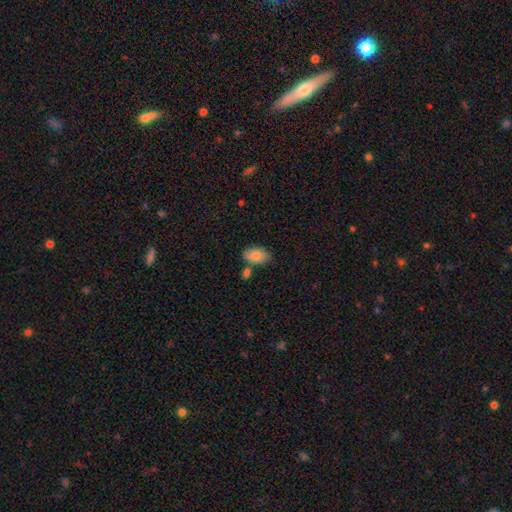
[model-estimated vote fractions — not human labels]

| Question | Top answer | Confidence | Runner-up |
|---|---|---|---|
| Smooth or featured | smooth | 84% | featured or disk (9%) |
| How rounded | in between | 92% | round (6%) |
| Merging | none | 68% | minor disturbance (16%) |